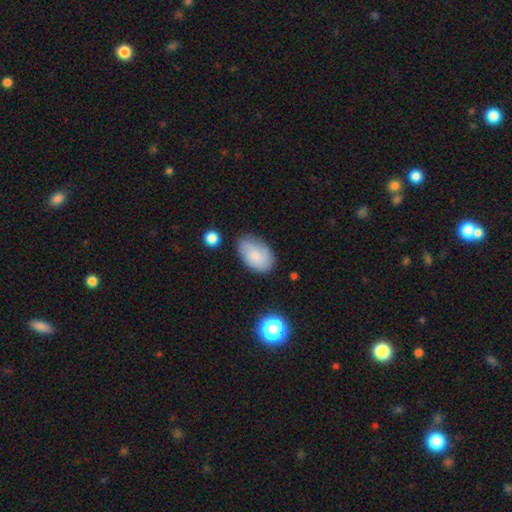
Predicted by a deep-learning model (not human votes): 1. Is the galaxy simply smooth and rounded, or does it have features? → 75% smooth, 17% featured or disk, 8% star or artifact.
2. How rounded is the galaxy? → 90% in between, 8% round, 1% cigar-shaped.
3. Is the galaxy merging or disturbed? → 66% none, 24% minor disturbance, 6% major disturbance, 3% merger.